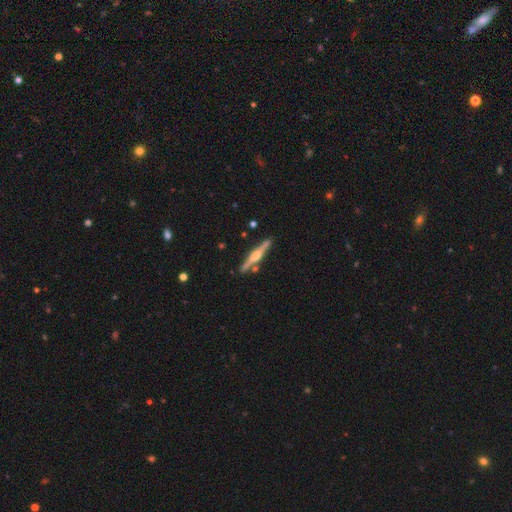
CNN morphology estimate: featured or disk 74%, smooth 20%, star or artifact 5%. Down the decision tree: edge-on disk — yes (98%); edge-on bulge — rounded (91%); merging — none (85%).